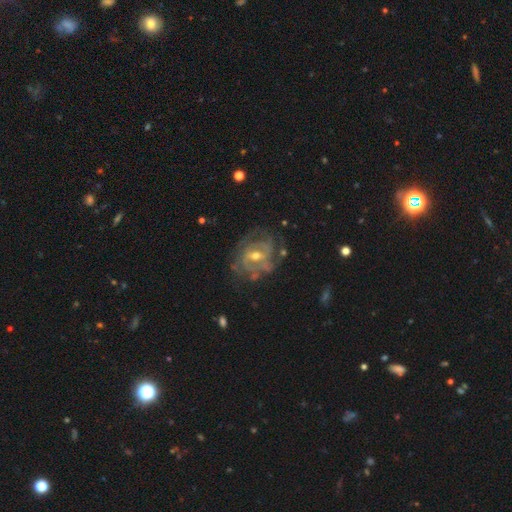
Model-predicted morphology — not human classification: Q: Smooth or featured?
A: featured or disk (85%); runner-up: smooth (9%)
Q: Edge-on disk?
A: no (97%); runner-up: yes (3%)
Q: Bar?
A: weak (49%); runner-up: no (30%)
Q: Spiral arms?
A: yes (87%); runner-up: no (13%)
Q: Spiral winding?
A: tight (57%); runner-up: medium (33%)
Q: Spiral arm count?
A: can't tell (38%); runner-up: 2 (27%)
Q: Bulge size?
A: moderate (63%); runner-up: small (33%)
Q: Merging?
A: none (65%); runner-up: minor disturbance (21%)